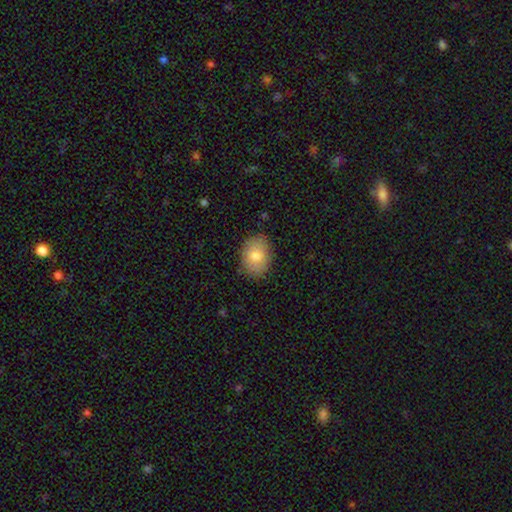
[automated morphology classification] smooth-or-featured: smooth: 80% | featured or disk: 13% | star or artifact: 7%
  how-rounded: in between: 72% | round: 27% | cigar-shaped: 1%
  merging: none: 84% | minor disturbance: 12% | major disturbance: 3% | merger: 1%